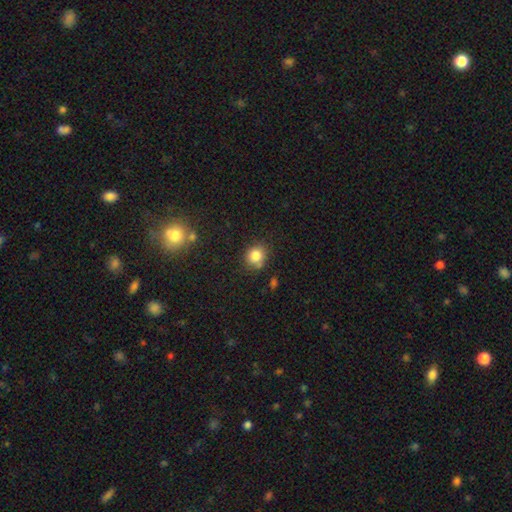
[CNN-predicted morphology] Smooth or featured? Predicted: smooth (p=0.82). How rounded? Predicted: round (p=0.80). Merging? Predicted: none (p=0.73).